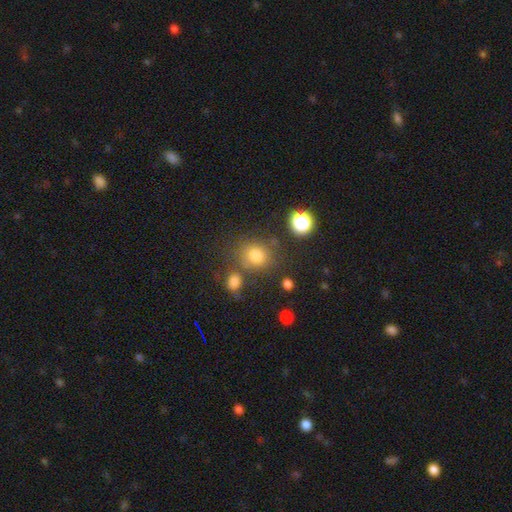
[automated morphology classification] Q: Smooth or featured?
A: smooth (75%); runner-up: star or artifact (18%)
Q: How rounded?
A: round (74%); runner-up: in between (25%)
Q: Merging?
A: none (70%); runner-up: minor disturbance (13%)